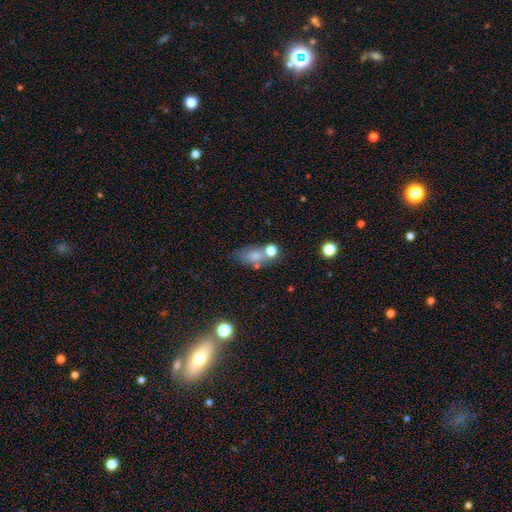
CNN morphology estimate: type=smooth (67%); roundness=in between (76%); merging=none (46%).